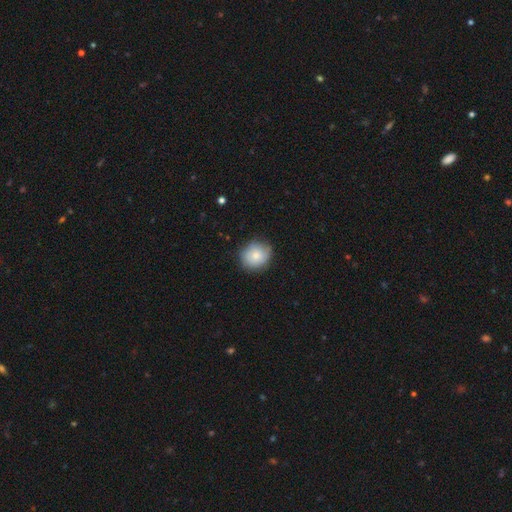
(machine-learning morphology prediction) Q: Smooth or featured?
A: smooth (78%); runner-up: featured or disk (14%)
Q: How rounded?
A: round (80%); runner-up: in between (19%)
Q: Merging?
A: none (80%); runner-up: minor disturbance (16%)